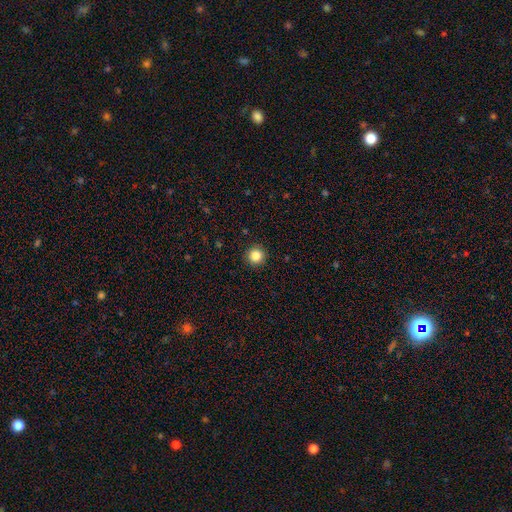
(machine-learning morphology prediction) smooth_or_featured: smooth (p=0.85) [alt: star or artifact p=0.11]
how_rounded: round (p=0.95) [alt: in between p=0.04]
merging: none (p=0.92) [alt: minor disturbance p=0.05]